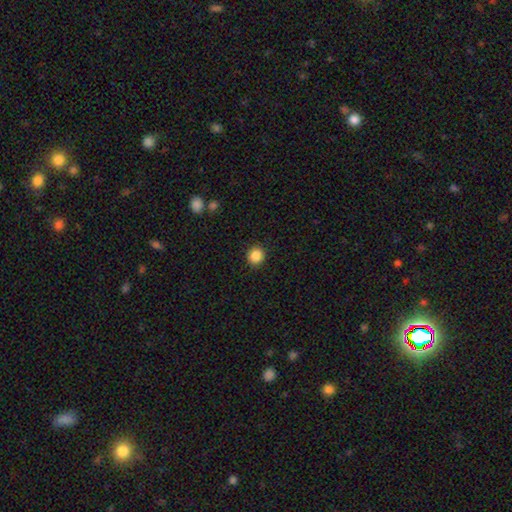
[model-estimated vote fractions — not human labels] Smooth or featured?
  - smooth: 87% *
  - star or artifact: 10%
  - featured or disk: 3%
How rounded?
  - round: 90% *
  - in between: 9%
  - cigar-shaped: 1%
Merging?
  - none: 92% *
  - minor disturbance: 5%
  - major disturbance: 2%
  - merger: 1%